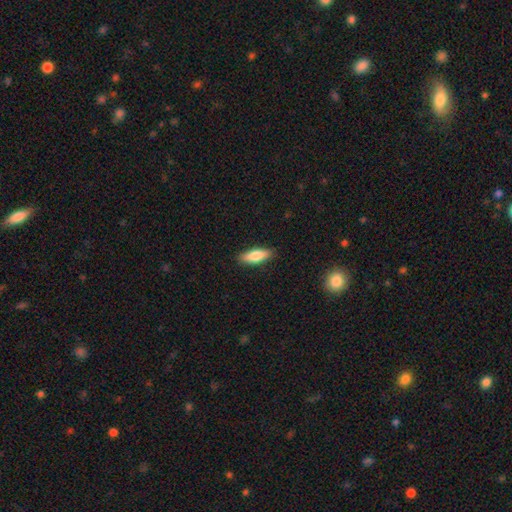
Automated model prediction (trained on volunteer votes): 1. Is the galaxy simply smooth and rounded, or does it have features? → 79% smooth, 15% featured or disk, 6% star or artifact.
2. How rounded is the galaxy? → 59% in between, 39% cigar-shaped, 2% round.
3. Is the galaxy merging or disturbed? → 88% none, 9% minor disturbance, 2% major disturbance, 1% merger.